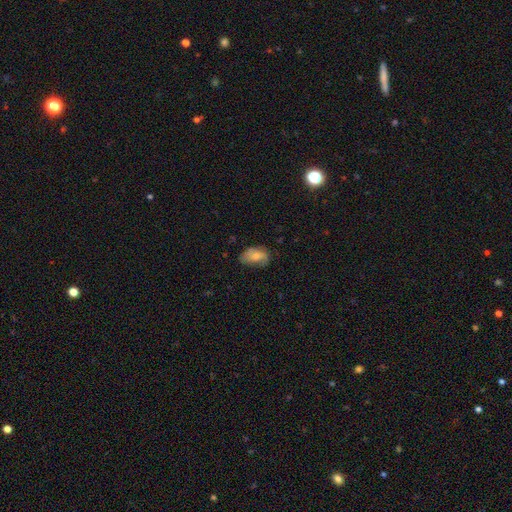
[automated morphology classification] Q: Smooth or featured?
A: smooth (63%); runner-up: featured or disk (29%)
Q: How rounded?
A: in between (89%); runner-up: round (9%)
Q: Merging?
A: none (54%); runner-up: minor disturbance (32%)